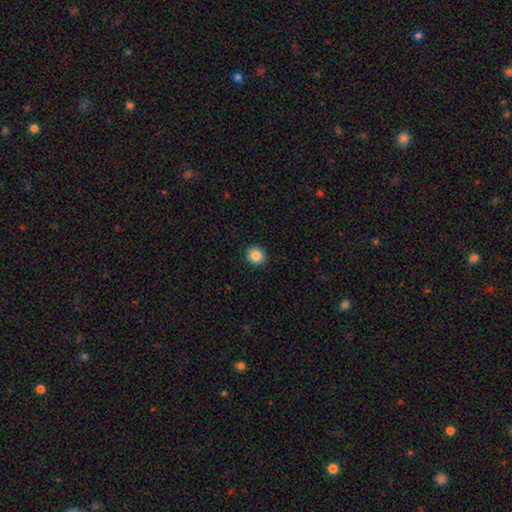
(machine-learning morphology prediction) A smooth galaxy with no disk features (86%) that is round (89%).

Vote fractions:
- Smooth or featured? smooth: 86% / star or artifact: 10% / featured or disk: 4%
- How rounded? round: 89% / in between: 10% / cigar-shaped: 1%
- Merging? none: 92% / minor disturbance: 5% / major disturbance: 2% / merger: 1%